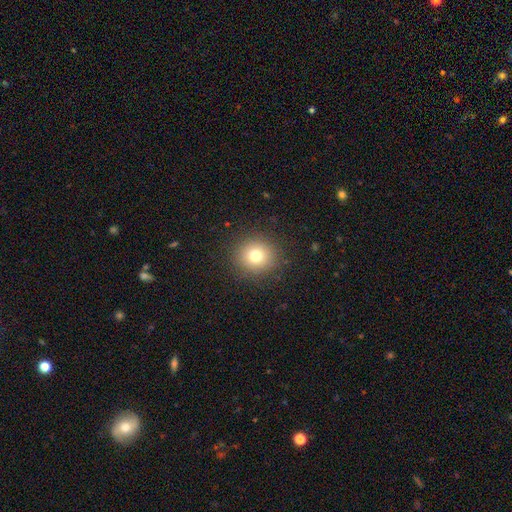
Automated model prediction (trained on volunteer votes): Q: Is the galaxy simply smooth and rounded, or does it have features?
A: smooth — 76%.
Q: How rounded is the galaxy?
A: round — 89%.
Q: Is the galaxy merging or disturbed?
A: none — 89%.